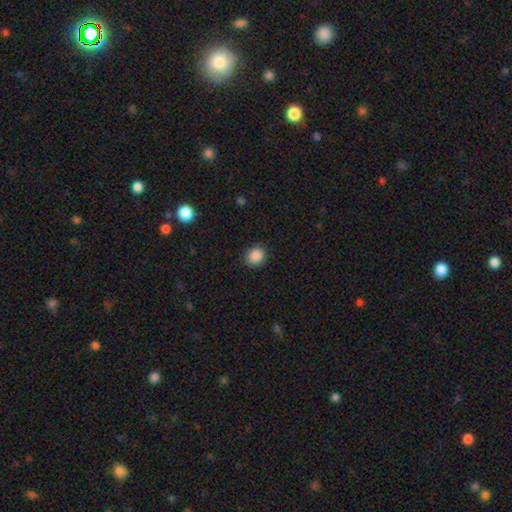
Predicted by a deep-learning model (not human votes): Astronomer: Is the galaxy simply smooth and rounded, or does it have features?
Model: smooth — 88%.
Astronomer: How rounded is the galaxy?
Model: round — 74%.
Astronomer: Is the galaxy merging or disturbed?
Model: none — 88%.